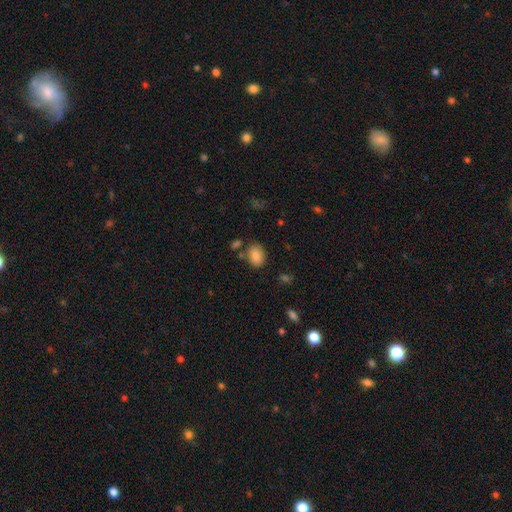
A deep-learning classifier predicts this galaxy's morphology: This appears to be a smooth galaxy with no disk features (85%) that is in between round and cigar-shaped (76%). Merging: none (73%).